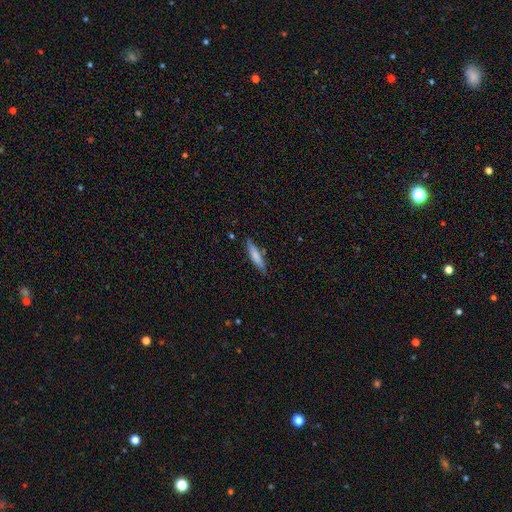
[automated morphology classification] Smooth or featured?
  - smooth: 75% *
  - featured or disk: 20%
  - star or artifact: 6%
How rounded?
  - cigar-shaped: 83% *
  - in between: 15%
  - round: 1%
Merging?
  - none: 83% *
  - minor disturbance: 12%
  - merger: 3%
  - major disturbance: 2%